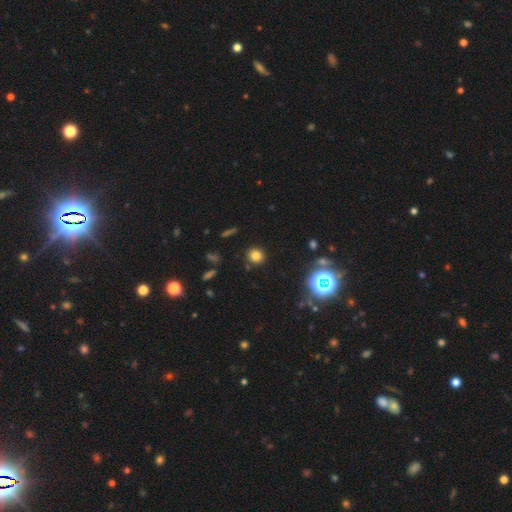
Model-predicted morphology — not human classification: Overall: smooth (76%). How rounded: round (87%). Merging: none (88%).